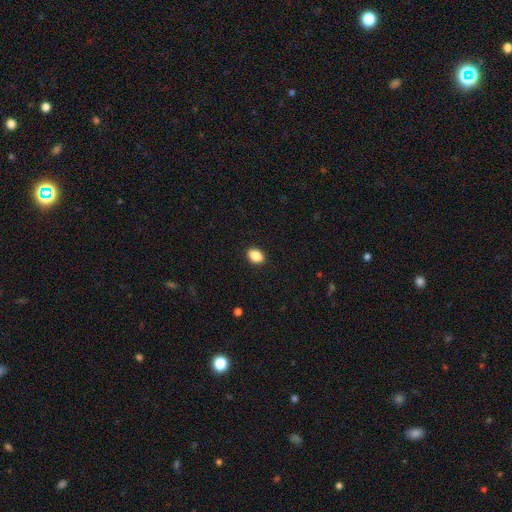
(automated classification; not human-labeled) Smooth or featured?
  - smooth: 88% *
  - star or artifact: 8%
  - featured or disk: 4%
How rounded?
  - in between: 82% *
  - round: 17%
  - cigar-shaped: 1%
Merging?
  - none: 91% *
  - minor disturbance: 7%
  - major disturbance: 2%
  - merger: 1%